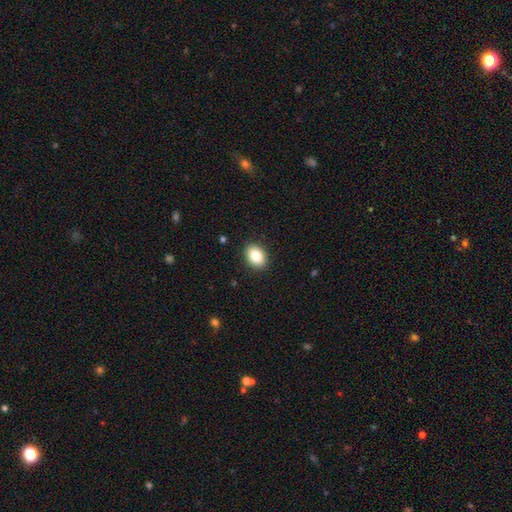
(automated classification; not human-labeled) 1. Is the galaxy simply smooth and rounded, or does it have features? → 84% smooth, 8% star or artifact, 7% featured or disk.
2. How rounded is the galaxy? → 72% in between, 27% round, 1% cigar-shaped.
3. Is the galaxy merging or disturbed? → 90% none, 7% minor disturbance, 2% major disturbance, 1% merger.